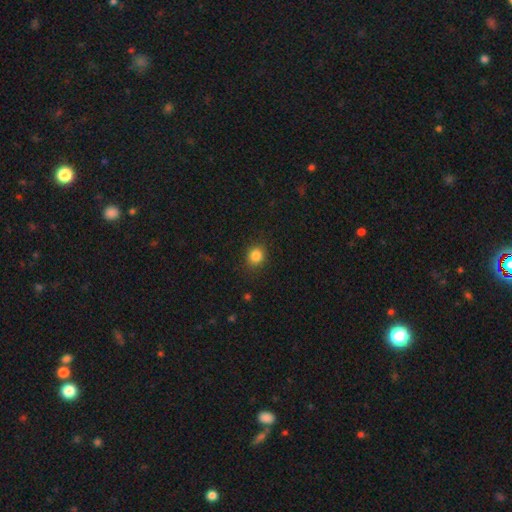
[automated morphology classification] A smooth galaxy with no disk features (84%) that is round (80%).

Vote fractions:
- Smooth or featured? smooth: 84% / star or artifact: 11% / featured or disk: 4%
- How rounded? round: 80% / in between: 19% / cigar-shaped: 1%
- Merging? none: 87% / minor disturbance: 9% / major disturbance: 3% / merger: 1%